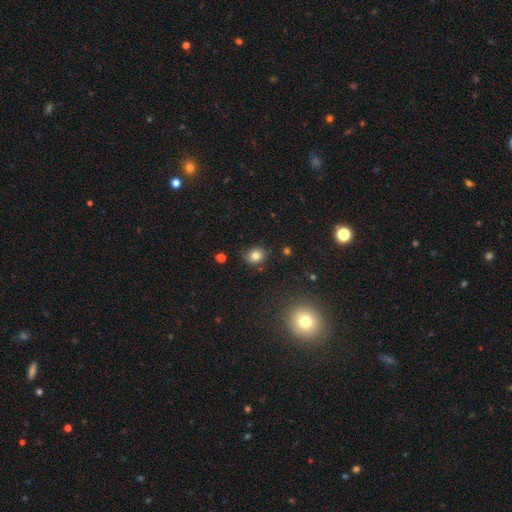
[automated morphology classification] smooth-or-featured: smooth: 79% | star or artifact: 13% | featured or disk: 8%
  how-rounded: round: 66% | in between: 33% | cigar-shaped: 1%
  merging: none: 82% | minor disturbance: 13% | major disturbance: 3% | merger: 2%